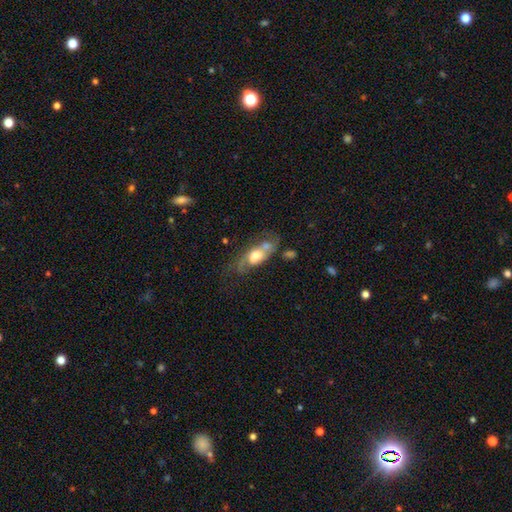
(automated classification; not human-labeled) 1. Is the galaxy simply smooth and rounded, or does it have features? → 48% smooth, 44% featured or disk, 8% star or artifact.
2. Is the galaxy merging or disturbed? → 31% none, 28% merger, 22% minor disturbance, 20% major disturbance.